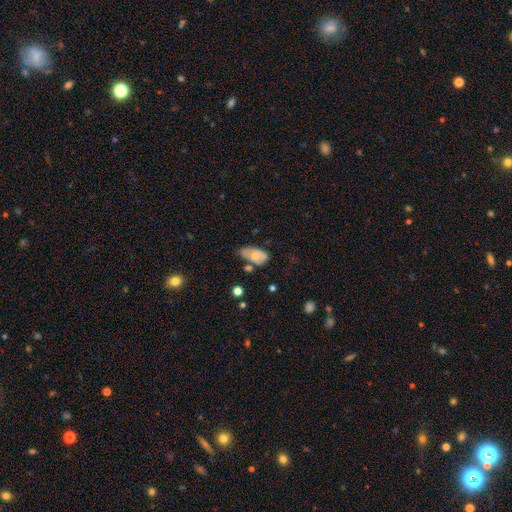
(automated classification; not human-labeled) This appears to be a smooth galaxy with no disk features (56%) that is in between round and cigar-shaped (91%). Merging: minor disturbance (38%).